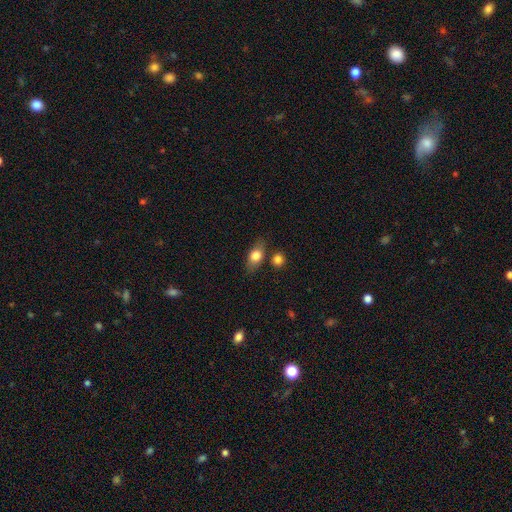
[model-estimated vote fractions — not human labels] A smooth galaxy with no disk features (76%) that is in between round and cigar-shaped (74%).

Vote fractions:
- Smooth or featured? smooth: 76% / featured or disk: 16% / star or artifact: 8%
- How rounded? in between: 74% / round: 17% / cigar-shaped: 9%
- Merging? none: 71% / minor disturbance: 15% / merger: 10% / major disturbance: 4%